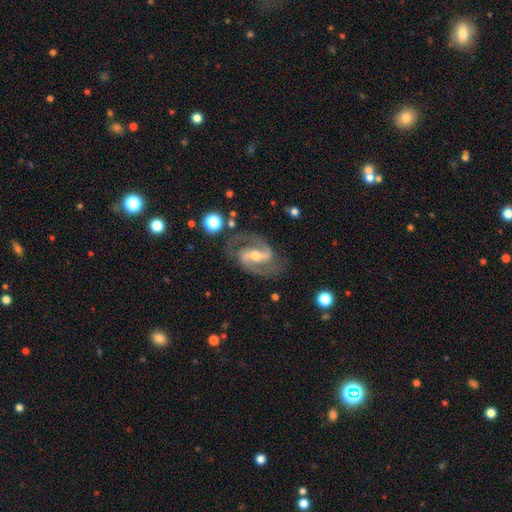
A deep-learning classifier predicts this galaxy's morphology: smooth-or-featured: featured or disk: 91% | star or artifact: 5% | smooth: 4%
  disk-edge-on: no: 97% | yes: 3%
    bar: strong: 48% | weak: 37% | no: 15%
    has-spiral-arms: yes: 98% | no: 2%
      spiral-winding: medium: 61% | tight: 20% | loose: 19%
      spiral-arm-count: 2: 94% | can't tell: 2% | 3: 1% | 1: 1% | 4: 1% | more than 4: 1%
    bulge-size: moderate: 56% | small: 38% | large: 4% | none: 2% | dominant: 1%
  merging: none: 79% | minor disturbance: 13% | major disturbance: 6% | merger: 2%